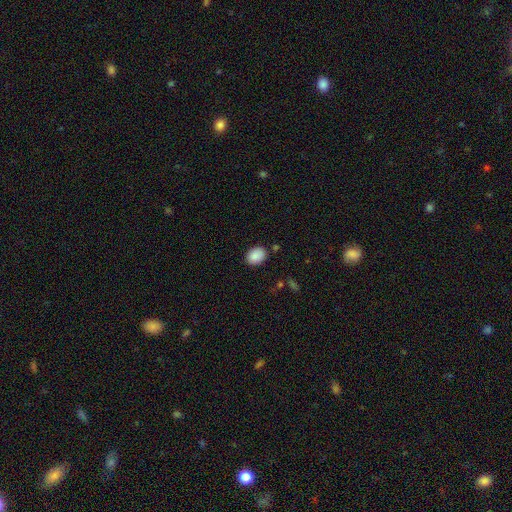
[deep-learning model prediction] This appears to be a smooth galaxy with no disk features (87%) that is in between round and cigar-shaped (67%). Merging: none (84%).